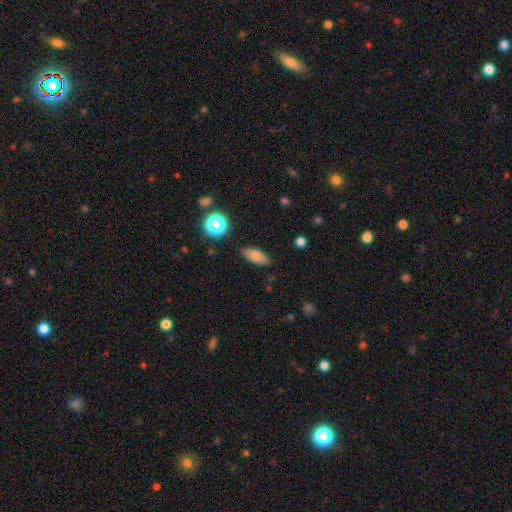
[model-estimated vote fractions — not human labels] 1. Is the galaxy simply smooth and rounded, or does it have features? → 75% smooth, 16% featured or disk, 9% star or artifact.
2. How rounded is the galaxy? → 84% in between, 10% cigar-shaped, 6% round.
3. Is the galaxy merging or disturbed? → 85% none, 11% minor disturbance, 2% major disturbance, 2% merger.